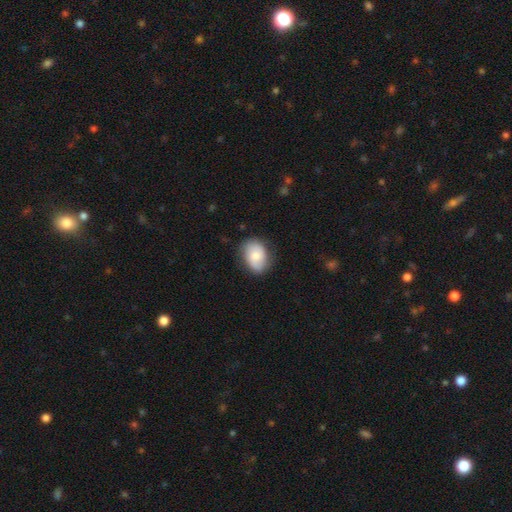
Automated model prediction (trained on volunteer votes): Smooth or featured?
  - smooth: 64% *
  - featured or disk: 29%
  - star or artifact: 7%
How rounded?
  - in between: 74% *
  - round: 25%
  - cigar-shaped: 1%
Merging?
  - none: 77% *
  - minor disturbance: 18%
  - major disturbance: 4%
  - merger: 1%